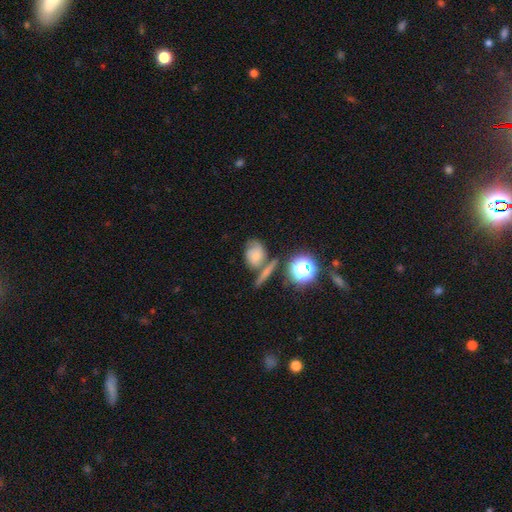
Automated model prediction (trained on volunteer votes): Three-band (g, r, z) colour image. It shows a smooth galaxy with no disk features (56%) that is in between round and cigar-shaped (52%). Merging: none (45%).